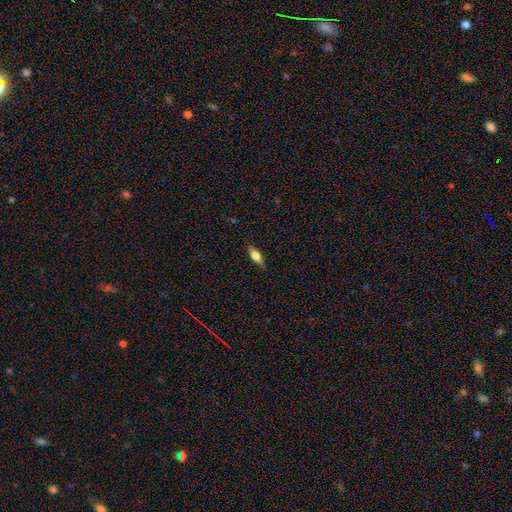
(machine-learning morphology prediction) type=smooth (68%); roundness=in between (71%); merging=none (84%).